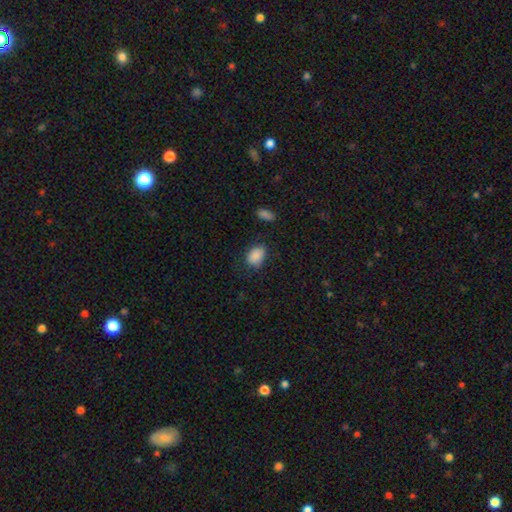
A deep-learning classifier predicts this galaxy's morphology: type=smooth (88%); roundness=in between (81%); merging=none (74%).